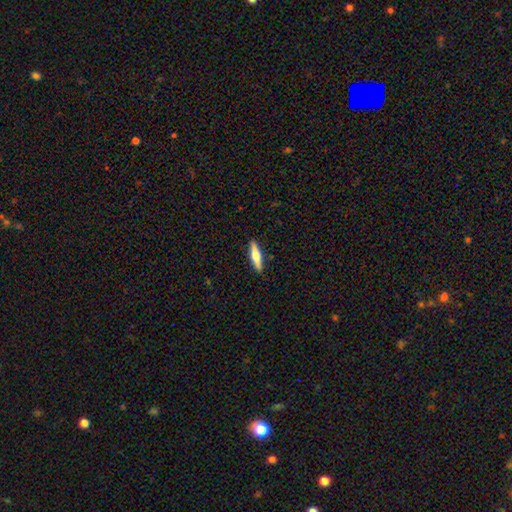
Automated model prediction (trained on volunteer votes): Smooth or featured? featured or disk (48%)
Merging? none (90%)